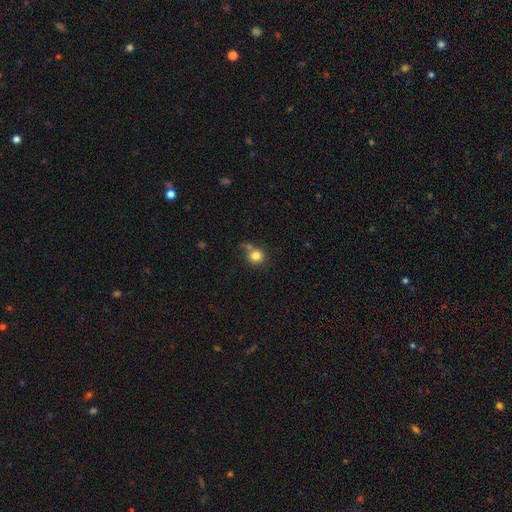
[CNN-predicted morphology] Smooth or featured? smooth (81%)
How rounded? round (89%)
Merging? none (58%)